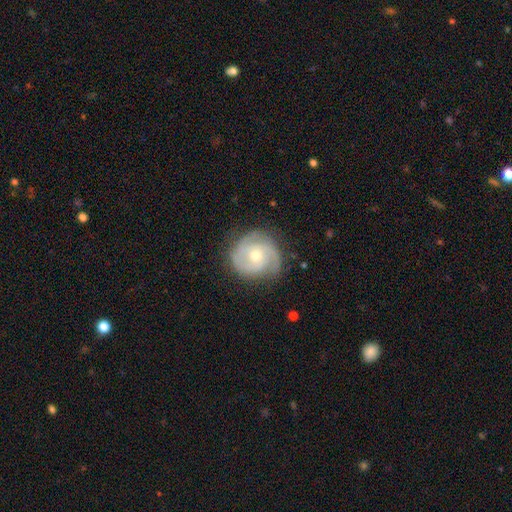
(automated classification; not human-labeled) This appears to be a featured or disk galaxy (83%) with no bar (69%), 3 (41%) tight (57%) spiral arms (96%) and a moderate central bulge (55%). Merging: none (79%).